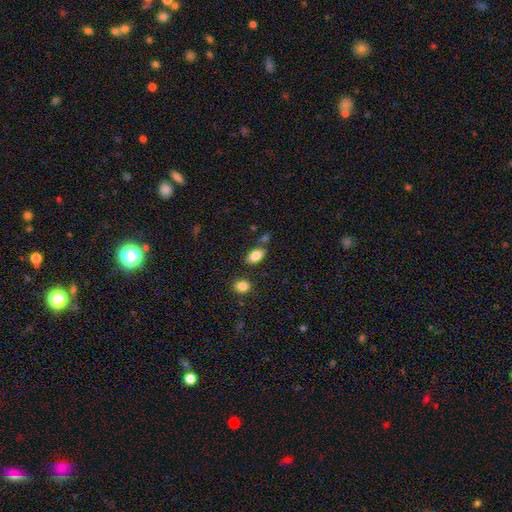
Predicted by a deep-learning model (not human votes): Morphology: type=smooth (83%); roundness=in between (91%); merging=none (77%).